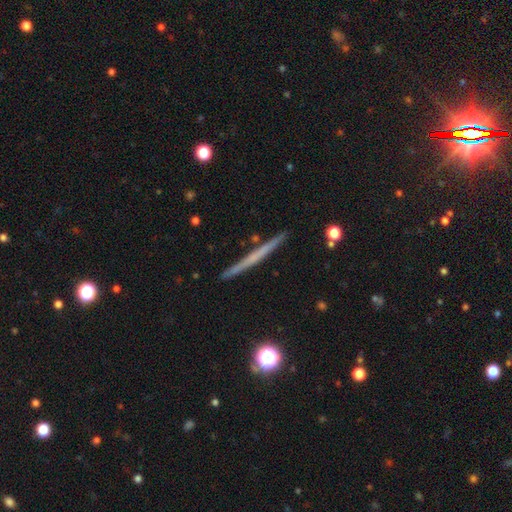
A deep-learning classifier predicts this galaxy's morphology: type=featured or disk (53%); edge-on=yes (98%); edge-on bulge=none (89%); merging=none (92%).